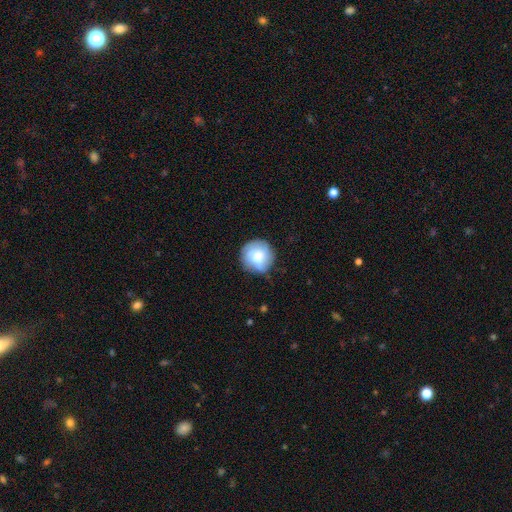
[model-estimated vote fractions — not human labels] Smooth or featured? smooth (67%)
How rounded? round (93%)
Merging? none (77%)